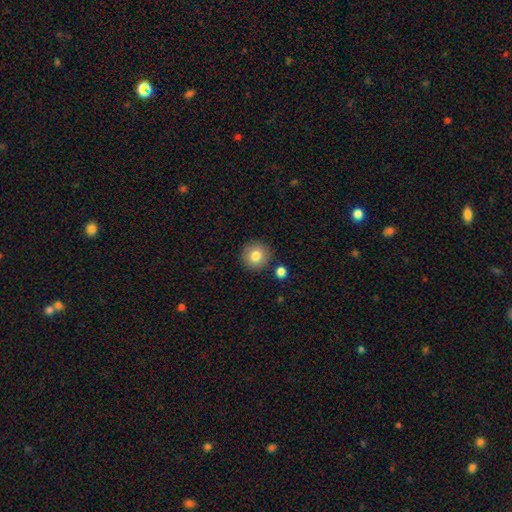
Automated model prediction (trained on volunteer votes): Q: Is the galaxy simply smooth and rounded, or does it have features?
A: smooth — 81%.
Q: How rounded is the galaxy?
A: round — 94%.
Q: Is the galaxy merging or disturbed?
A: none — 88%.